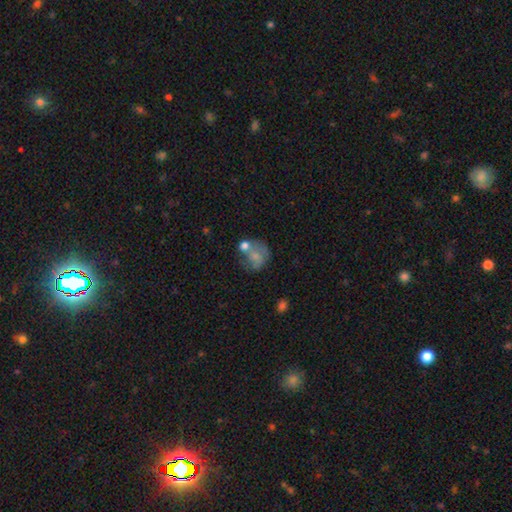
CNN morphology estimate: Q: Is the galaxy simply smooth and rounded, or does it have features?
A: smooth — 58%.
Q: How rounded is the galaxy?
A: round — 59%.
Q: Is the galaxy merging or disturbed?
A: merger — 34%.